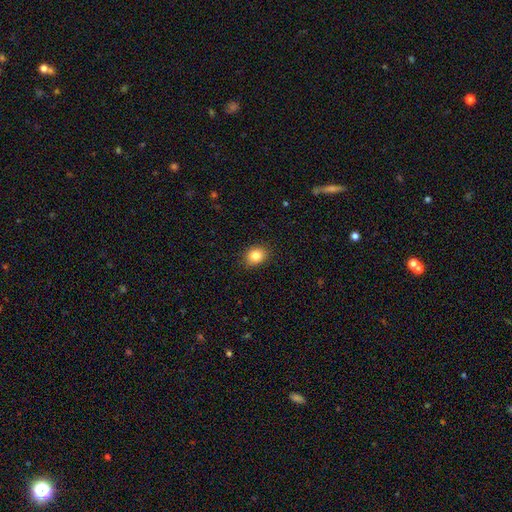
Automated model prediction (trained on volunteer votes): Smooth or featured? smooth (83%)
How rounded? round (52%)
Merging? none (89%)